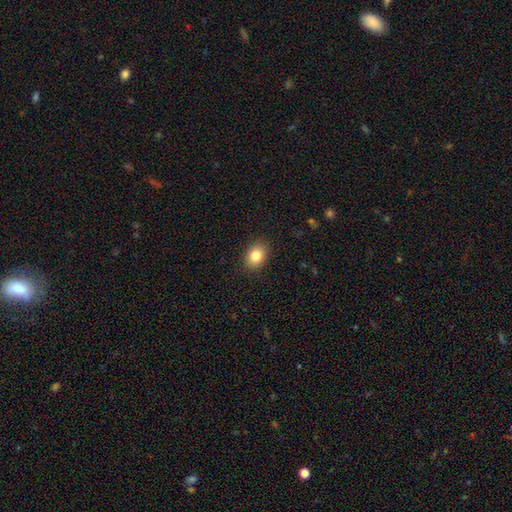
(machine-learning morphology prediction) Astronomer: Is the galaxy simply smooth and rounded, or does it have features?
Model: smooth — 84%.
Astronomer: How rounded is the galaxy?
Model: in between — 68%.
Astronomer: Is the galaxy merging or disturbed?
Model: none — 89%.